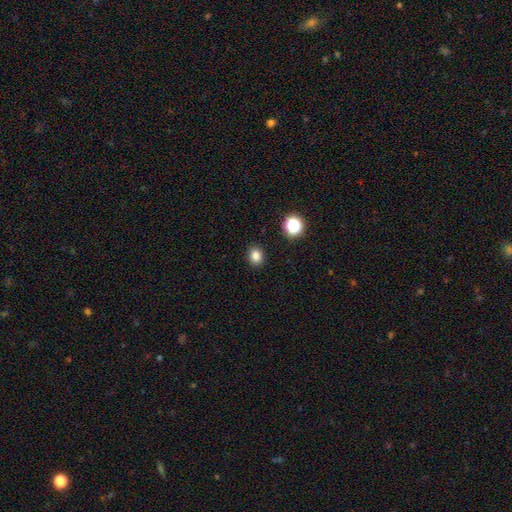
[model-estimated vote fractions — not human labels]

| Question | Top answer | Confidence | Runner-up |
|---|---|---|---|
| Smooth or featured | smooth | 83% | star or artifact (13%) |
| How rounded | round | 61% | in between (38%) |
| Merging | none | 90% | minor disturbance (7%) |